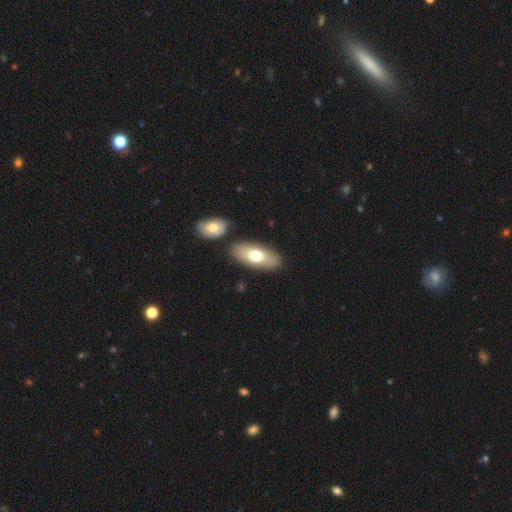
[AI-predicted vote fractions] Smooth or featured: smooth — 68% (featured or disk — 26%)
How rounded: in between — 87% (cigar-shaped — 10%)
Merging: none — 79% (minor disturbance — 10%)